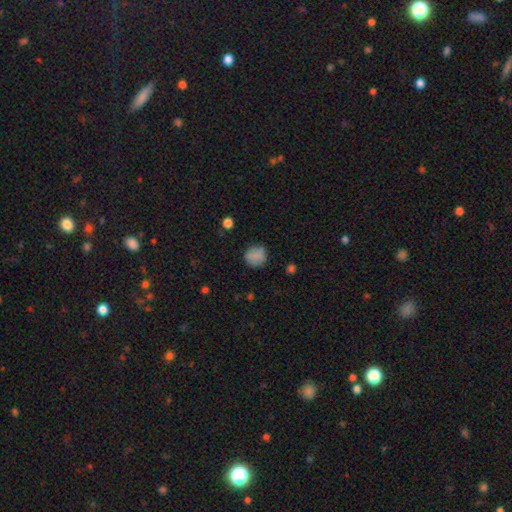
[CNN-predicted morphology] Smooth or featured? smooth (84%)
How rounded? round (86%)
Merging? none (83%)